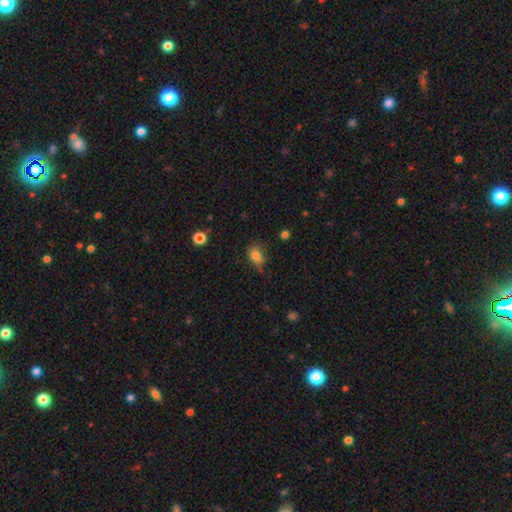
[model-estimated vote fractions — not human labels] smooth_or_featured: smooth (p=0.82) [alt: star or artifact p=0.11]
how_rounded: in between (p=0.70) [alt: round p=0.28]
merging: none (p=0.57) [alt: minor disturbance p=0.32]